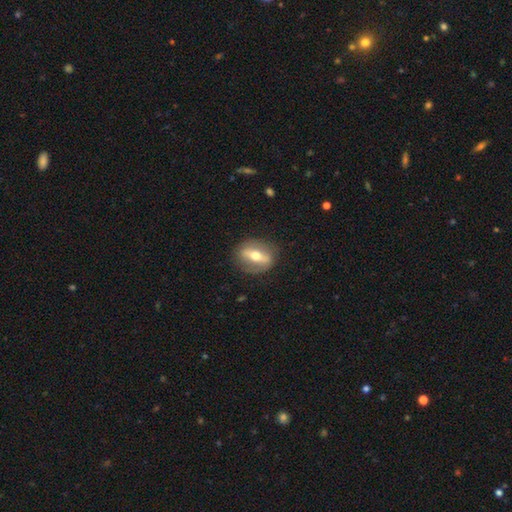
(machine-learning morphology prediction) smooth_or_featured: featured or disk (p=0.61) [alt: smooth p=0.32]
disk_edge_on: no (p=0.63) [alt: yes p=0.37]
merging: none (p=0.83) [alt: minor disturbance p=0.12]